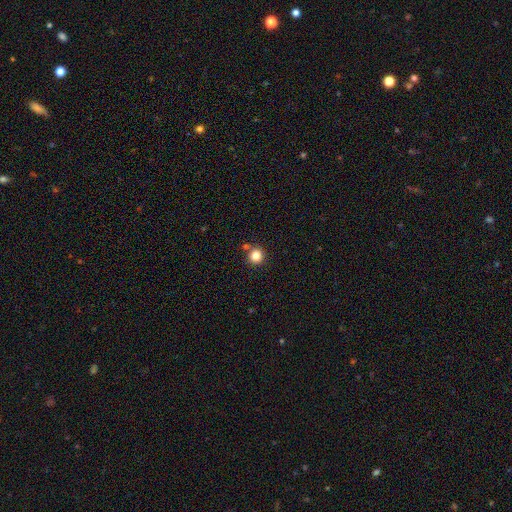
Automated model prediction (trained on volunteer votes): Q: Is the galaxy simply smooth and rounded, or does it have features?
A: smooth — 83%.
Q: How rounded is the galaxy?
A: round — 93%.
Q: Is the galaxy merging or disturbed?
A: none — 79%.